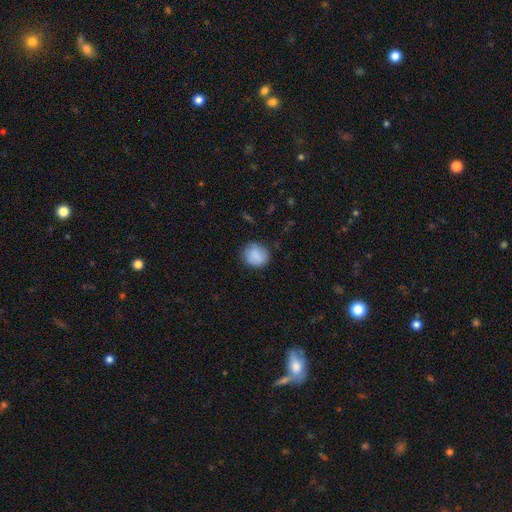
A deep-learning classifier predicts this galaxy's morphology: A smooth galaxy with no disk features (86%) that is round (80%).

Vote fractions:
- Smooth or featured? smooth: 86% / star or artifact: 7% / featured or disk: 7%
- How rounded? round: 80% / in between: 19% / cigar-shaped: 1%
- Merging? none: 78% / minor disturbance: 16% / major disturbance: 4% / merger: 1%